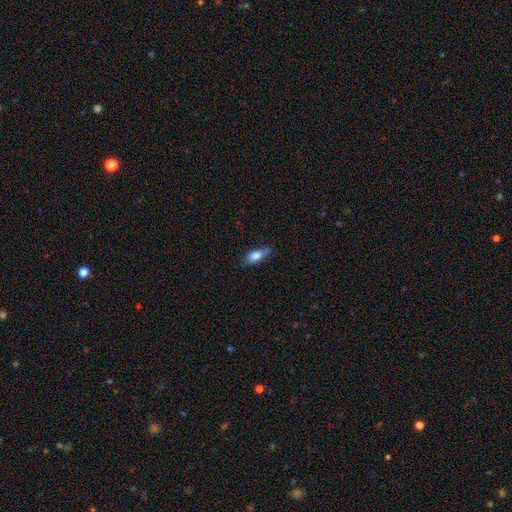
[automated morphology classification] A smooth galaxy with no disk features (76%) that is in between round and cigar-shaped (78%). Merging: none (68%).